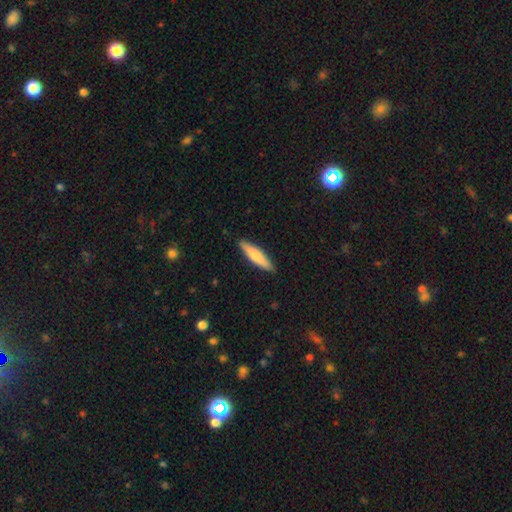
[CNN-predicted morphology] smooth_or_featured: smooth (p=0.72) [alt: featured or disk p=0.23]
how_rounded: cigar-shaped (p=0.81) [alt: in between p=0.18]
merging: none (p=0.89) [alt: minor disturbance p=0.09]